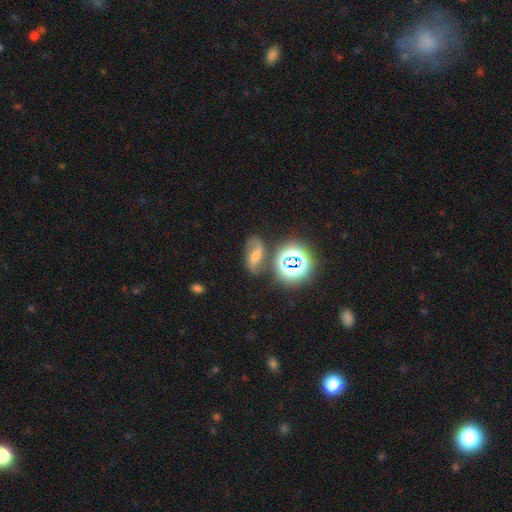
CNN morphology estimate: Smooth or featured?
  - featured or disk: 43% *
  - star or artifact: 30%
  - smooth: 27%
Merging?
  - none: 64% *
  - minor disturbance: 18%
  - merger: 10%
  - major disturbance: 9%